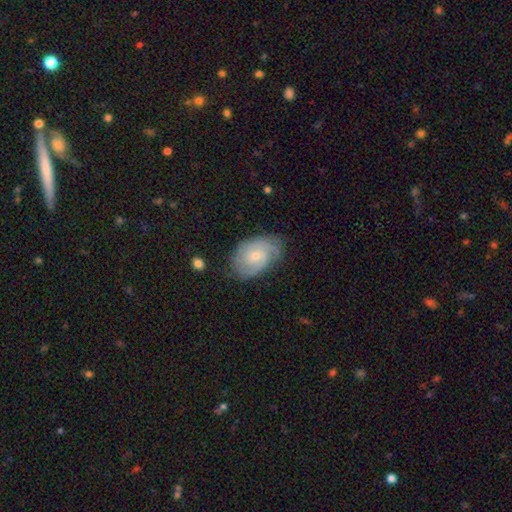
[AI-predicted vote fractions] featured or disk 75%, smooth 19%, star or artifact 6%. Down the decision tree: edge-on disk — no (97%); bar — no (58%); spiral arms — yes (95%); spiral arm count — 2 (57%); spiral winding — tight (57%); bulge size — small (57%); merging — none (73%).